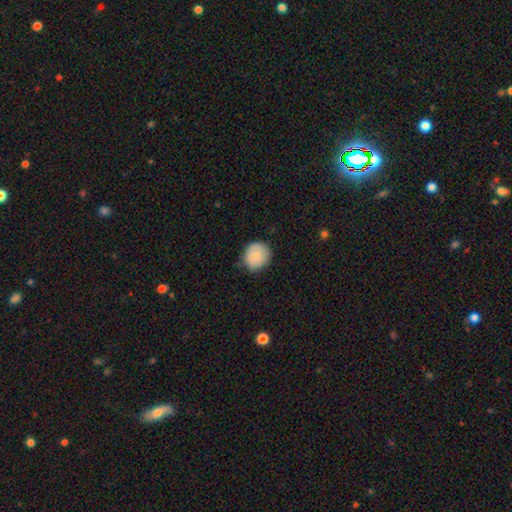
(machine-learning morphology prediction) Smooth or featured: smooth — 81% (featured or disk — 11%)
How rounded: round — 85% (in between — 14%)
Merging: none — 78% (minor disturbance — 18%)